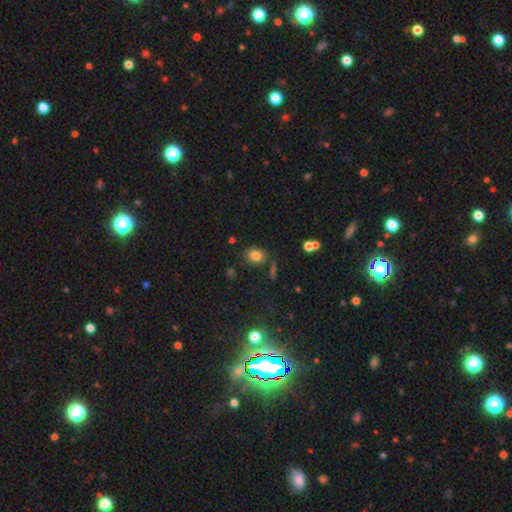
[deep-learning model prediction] Overall: smooth (79%). How rounded: in between (51%; round 48%). Merging: none (78%).